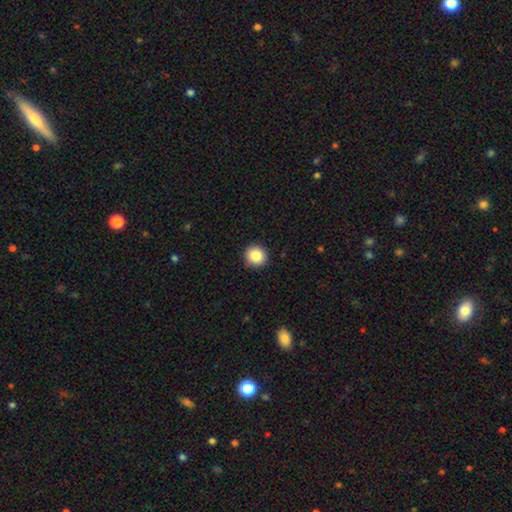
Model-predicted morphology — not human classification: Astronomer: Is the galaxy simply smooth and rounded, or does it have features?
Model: smooth — 86%.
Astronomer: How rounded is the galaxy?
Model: round — 93%.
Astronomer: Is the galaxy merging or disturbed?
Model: none — 92%.